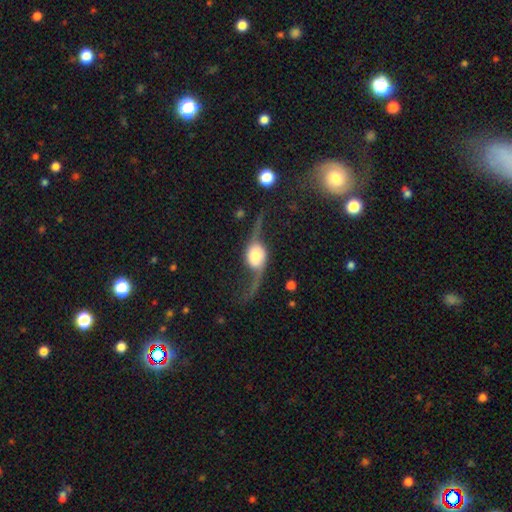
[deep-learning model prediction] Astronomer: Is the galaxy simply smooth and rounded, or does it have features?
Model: featured or disk — 79%.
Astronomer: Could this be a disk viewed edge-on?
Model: no — 81%.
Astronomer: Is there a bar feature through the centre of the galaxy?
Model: no — 66%.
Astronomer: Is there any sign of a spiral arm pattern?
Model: yes — 92%.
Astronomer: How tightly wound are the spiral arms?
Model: loose — 93%.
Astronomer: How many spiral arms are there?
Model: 2 — 90%.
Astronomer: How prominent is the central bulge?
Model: dominant — 37% (runner-up: large, 32%).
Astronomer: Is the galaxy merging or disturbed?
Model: none — 51% (runner-up: major disturbance, 28%).